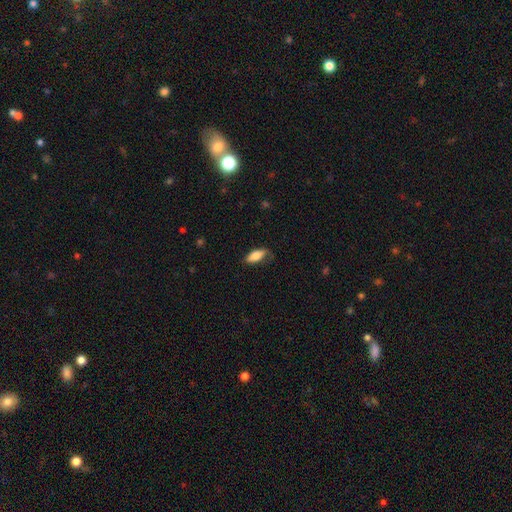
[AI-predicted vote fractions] This is likely a smooth galaxy (78%). How rounded: likely in between (77%). Merging: possibly none (60%).